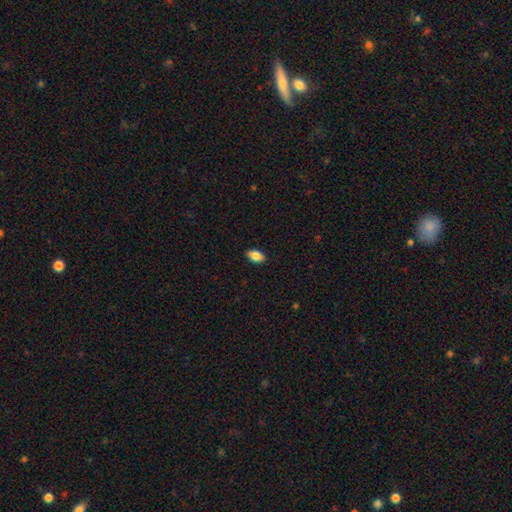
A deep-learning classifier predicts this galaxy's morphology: type=smooth (87%); roundness=in between (92%); merging=none (89%).